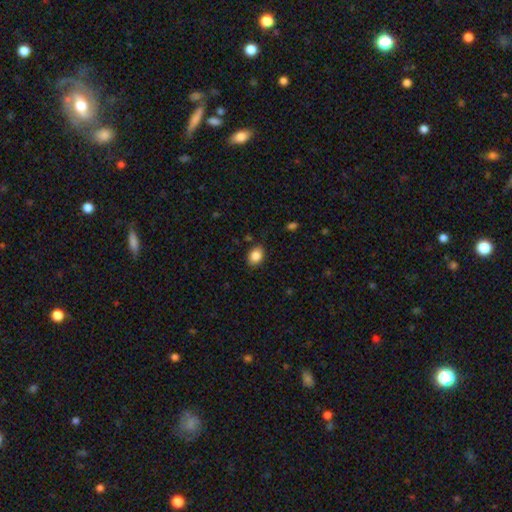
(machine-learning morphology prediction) Smooth or featured: smooth — 87% (star or artifact — 8%)
How rounded: in between — 74% (round — 25%)
Merging: none — 85% (minor disturbance — 11%)